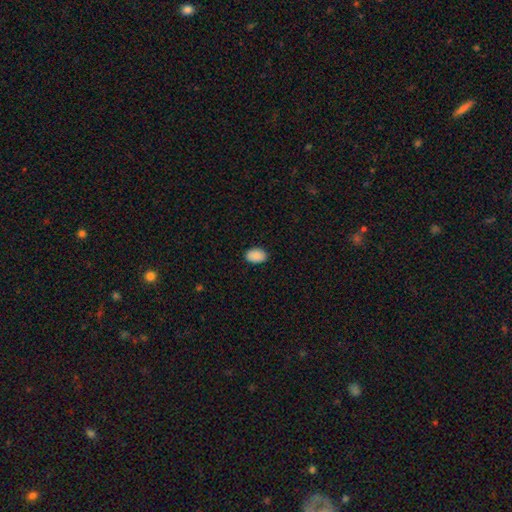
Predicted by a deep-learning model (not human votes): A smooth galaxy with no disk features (90%) that is in between round and cigar-shaped (88%).

Vote fractions:
- Smooth or featured? smooth: 90% / star or artifact: 7% / featured or disk: 3%
- How rounded? in between: 88% / round: 11% / cigar-shaped: 1%
- Merging? none: 89% / minor disturbance: 8% / major disturbance: 2% / merger: 1%